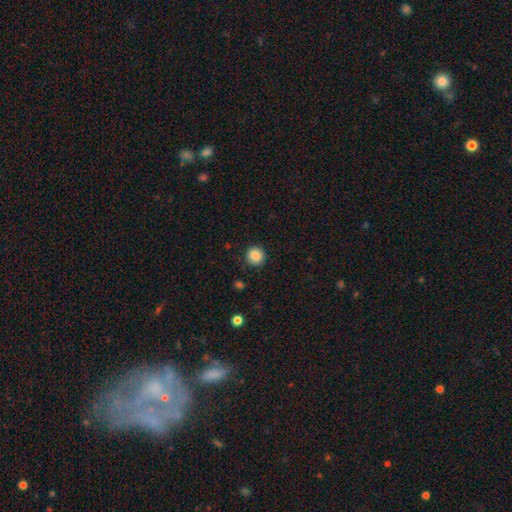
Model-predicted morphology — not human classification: Smooth or featured: smooth — 87% (star or artifact — 9%)
How rounded: round — 94% (in between — 5%)
Merging: none — 90% (minor disturbance — 7%)